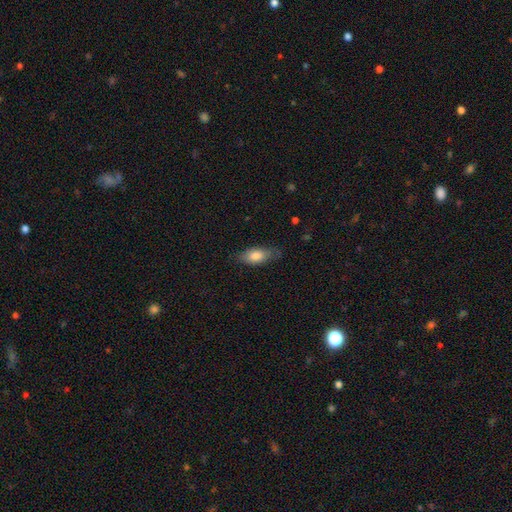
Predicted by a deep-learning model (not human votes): Smooth or featured?
  - smooth: 79% *
  - featured or disk: 15%
  - star or artifact: 7%
How rounded?
  - in between: 83% *
  - cigar-shaped: 13%
  - round: 3%
Merging?
  - none: 70% *
  - minor disturbance: 23%
  - major disturbance: 6%
  - merger: 1%